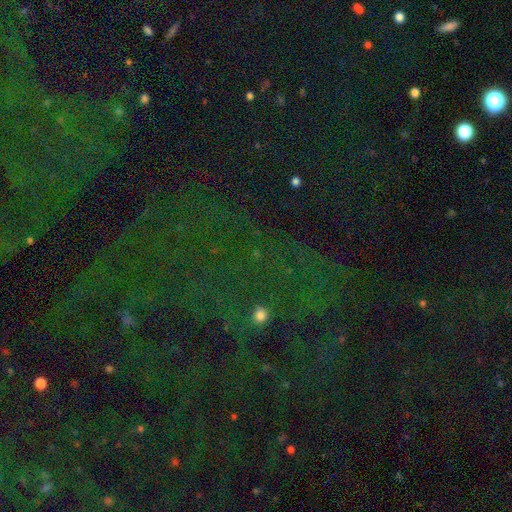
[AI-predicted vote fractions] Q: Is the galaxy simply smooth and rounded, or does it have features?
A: star or artifact — 81%.